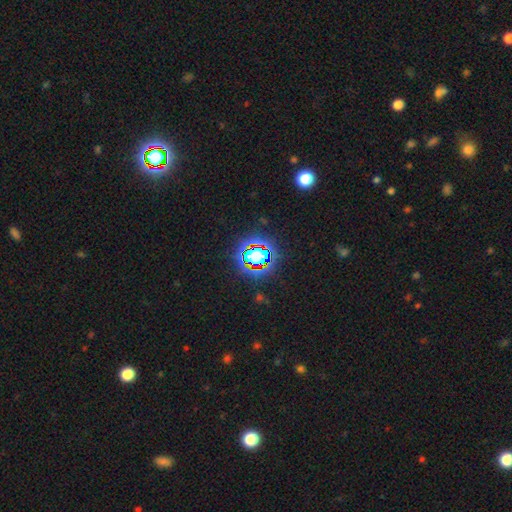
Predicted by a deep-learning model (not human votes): Overall: star or artifact (68%).